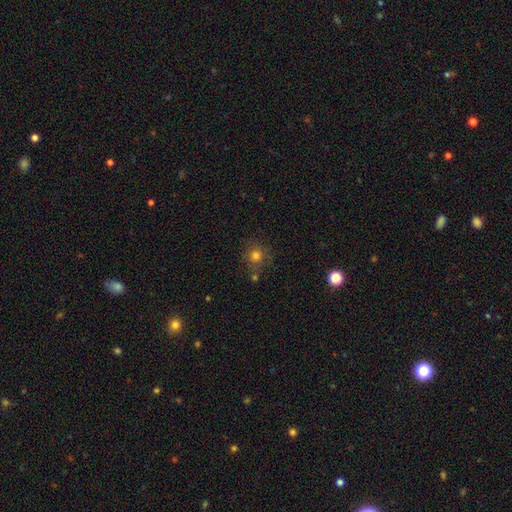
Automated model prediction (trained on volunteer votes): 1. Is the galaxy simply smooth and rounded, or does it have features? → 76% smooth, 14% star or artifact, 10% featured or disk.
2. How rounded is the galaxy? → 90% round, 9% in between, 1% cigar-shaped.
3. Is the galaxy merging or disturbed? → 73% none, 14% minor disturbance, 9% merger, 5% major disturbance.